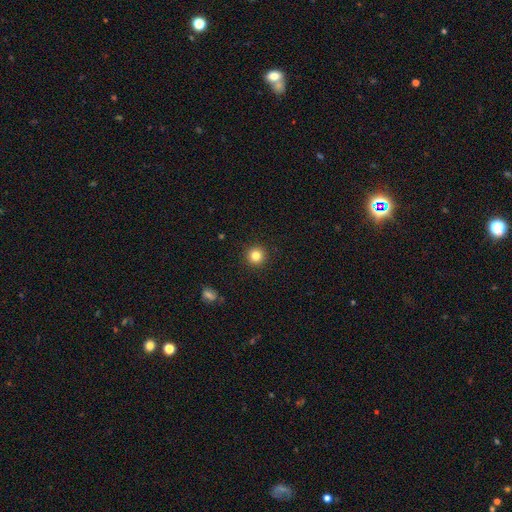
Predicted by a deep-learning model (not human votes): smooth-or-featured: smooth: 83% | star or artifact: 11% | featured or disk: 6%
  how-rounded: round: 95% | in between: 4% | cigar-shaped: 1%
  merging: none: 93% | minor disturbance: 5% | major disturbance: 2% | merger: 1%